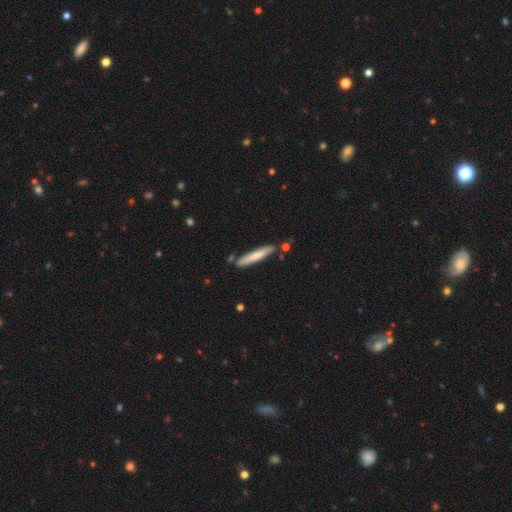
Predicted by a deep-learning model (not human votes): Smooth or featured?
  - smooth: 70% *
  - featured or disk: 24%
  - star or artifact: 5%
How rounded?
  - cigar-shaped: 93% *
  - in between: 6%
  - round: 1%
Merging?
  - none: 81% *
  - minor disturbance: 12%
  - merger: 5%
  - major disturbance: 2%